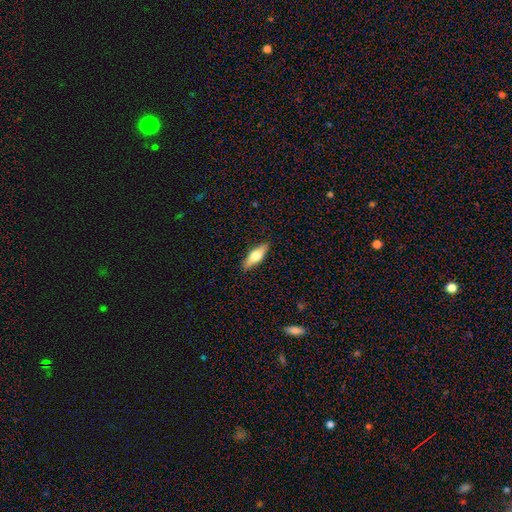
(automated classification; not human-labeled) This appears to be a smooth galaxy with no disk features (56%) that is in between round and cigar-shaped (50%). Merging: none (89%).